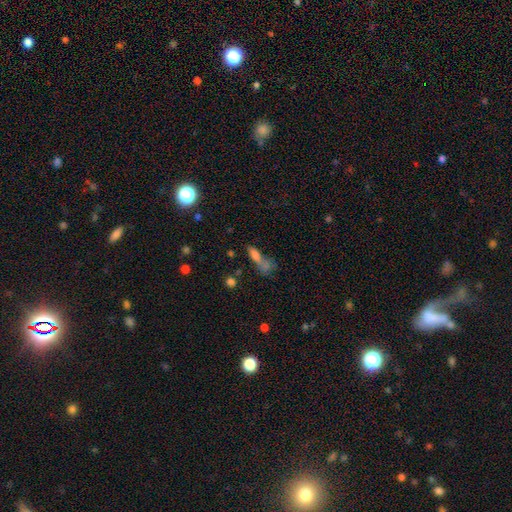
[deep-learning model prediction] Smooth or featured: smooth — 62% (star or artifact — 20%)
How rounded: in between — 49% (cigar-shaped — 41%)
Merging: none — 37% (merger — 36%)